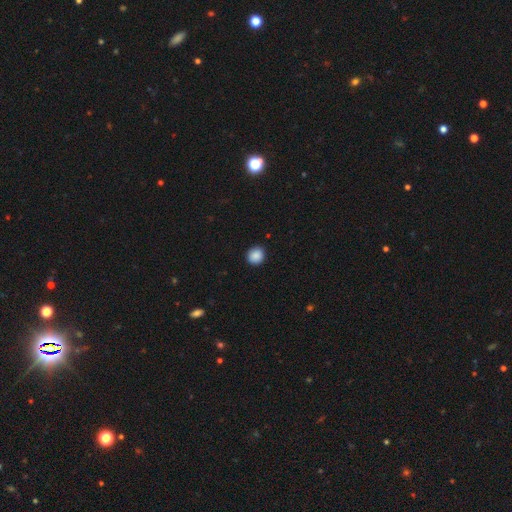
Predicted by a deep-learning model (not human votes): This is clearly a smooth galaxy (89%). How rounded: clearly round (85%). Merging: clearly none (90%).